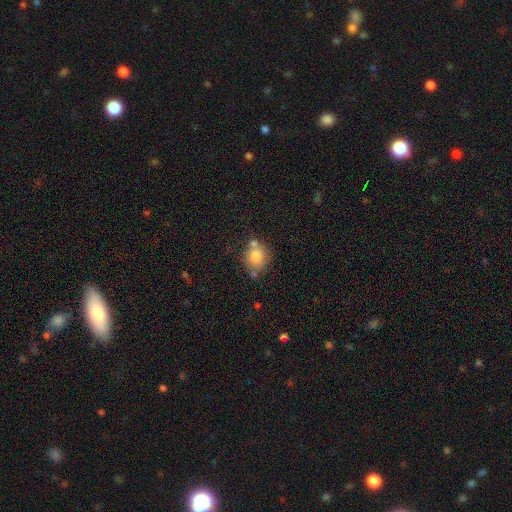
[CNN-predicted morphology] Smooth or featured?
  - smooth: 78% *
  - featured or disk: 12%
  - star or artifact: 10%
How rounded?
  - round: 79% *
  - in between: 20%
  - cigar-shaped: 1%
Merging?
  - none: 61% *
  - merger: 20%
  - minor disturbance: 15%
  - major disturbance: 4%